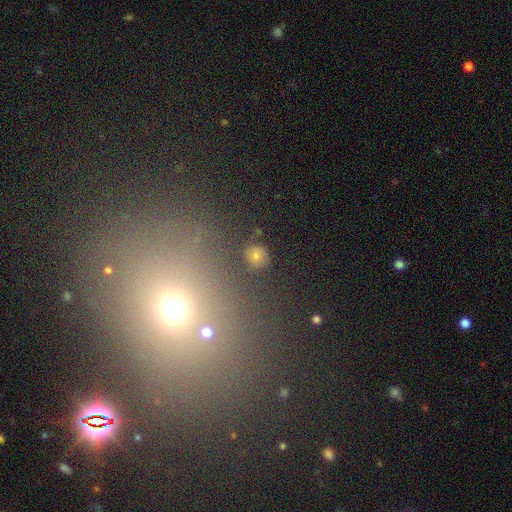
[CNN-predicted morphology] Q: Smooth or featured?
A: smooth (60%); runner-up: star or artifact (30%)
Q: How rounded?
A: round (81%); runner-up: in between (17%)
Q: Merging?
A: none (85%); runner-up: minor disturbance (7%)